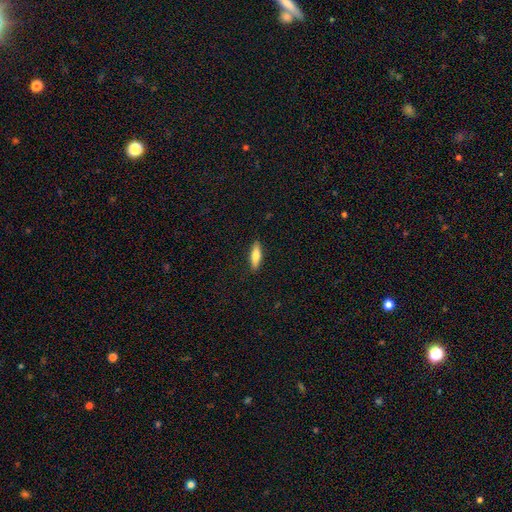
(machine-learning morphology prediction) Overall: smooth (73%). How rounded: cigar-shaped (61%; in between 37%). Merging: none (89%).